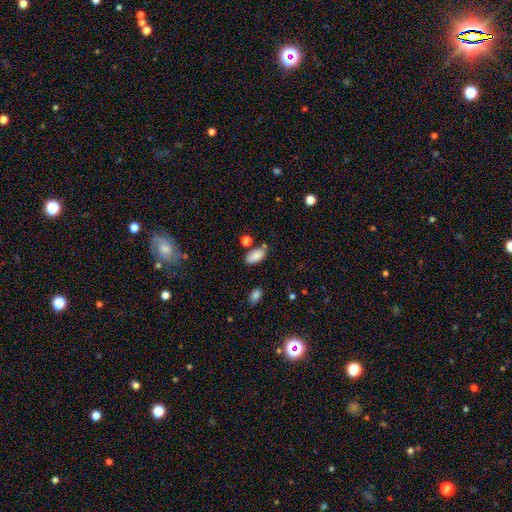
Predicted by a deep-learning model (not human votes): smooth 86%, star or artifact 8%, featured or disk 6%. Down the decision tree: how rounded — in between (93%); merging — none (70%).